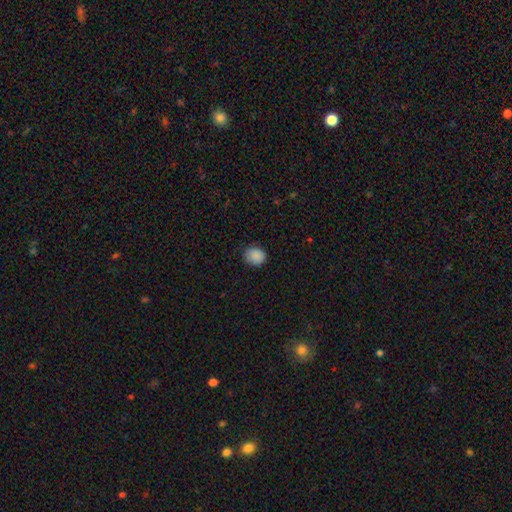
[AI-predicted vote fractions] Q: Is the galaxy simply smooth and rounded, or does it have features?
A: smooth — 88%.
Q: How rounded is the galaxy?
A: round — 66%.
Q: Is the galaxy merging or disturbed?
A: none — 81%.